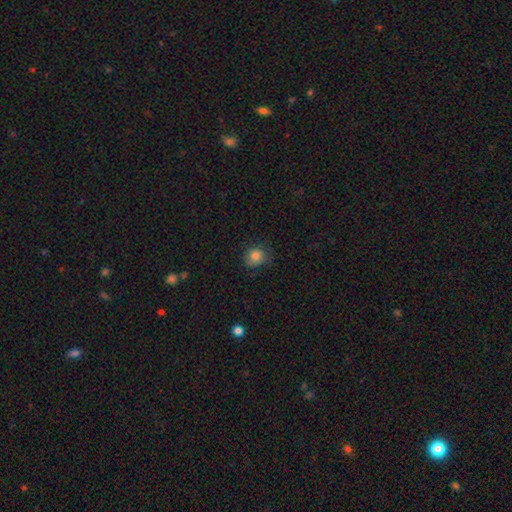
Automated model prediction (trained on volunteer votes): Morphology: type=smooth (83%); roundness=round (72%); merging=none (69%).